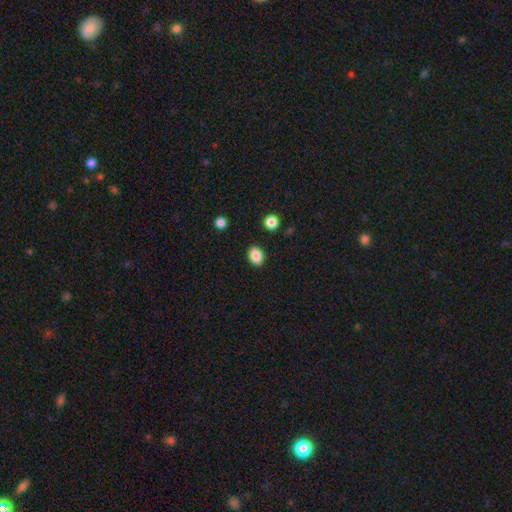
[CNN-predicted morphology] A smooth galaxy with no disk features (88%) that is in between round and cigar-shaped (72%).

Vote fractions:
- Smooth or featured? smooth: 88% / star or artifact: 9% / featured or disk: 4%
- How rounded? in between: 72% / round: 27% / cigar-shaped: 1%
- Merging? none: 89% / minor disturbance: 7% / major disturbance: 2% / merger: 2%